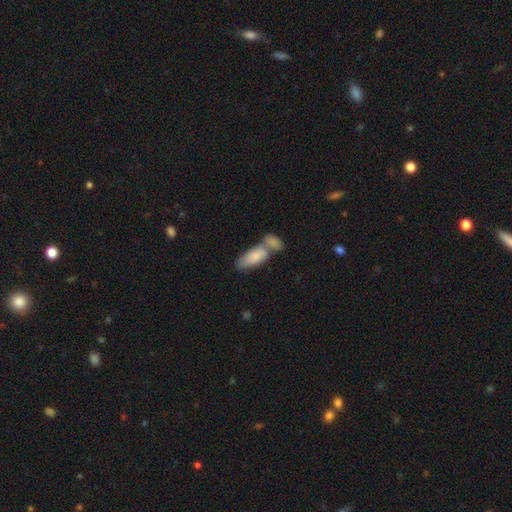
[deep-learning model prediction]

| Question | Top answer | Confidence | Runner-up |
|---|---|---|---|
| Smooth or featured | smooth | 80% | featured or disk (14%) |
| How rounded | in between | 82% | cigar-shaped (15%) |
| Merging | merger | 57% | none (28%) |